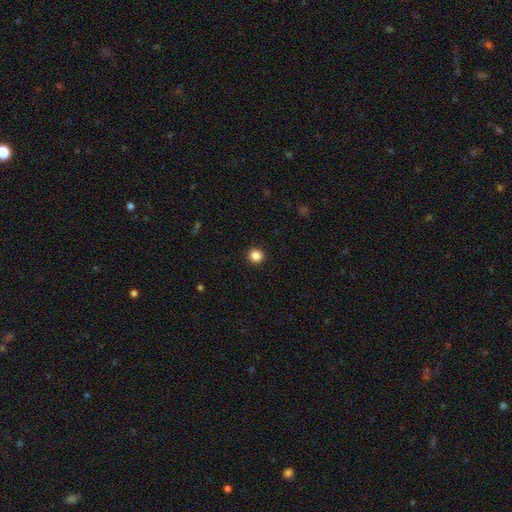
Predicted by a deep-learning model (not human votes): smooth 86%, star or artifact 11%, featured or disk 3%. Down the decision tree: how rounded — round (93%); merging — none (93%).